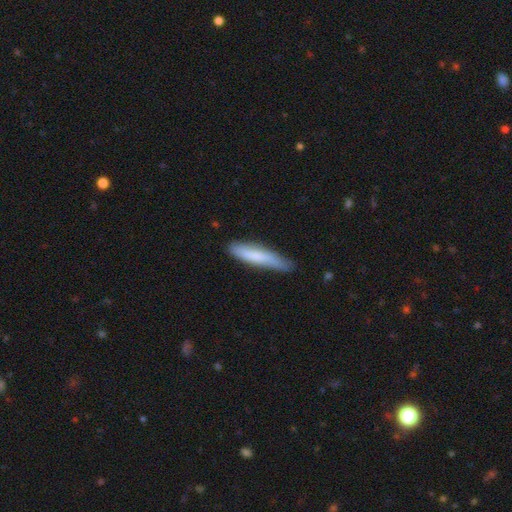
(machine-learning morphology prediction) smooth 72%, featured or disk 22%, star or artifact 6%. Down the decision tree: how rounded — cigar-shaped (85%); merging — none (72%).